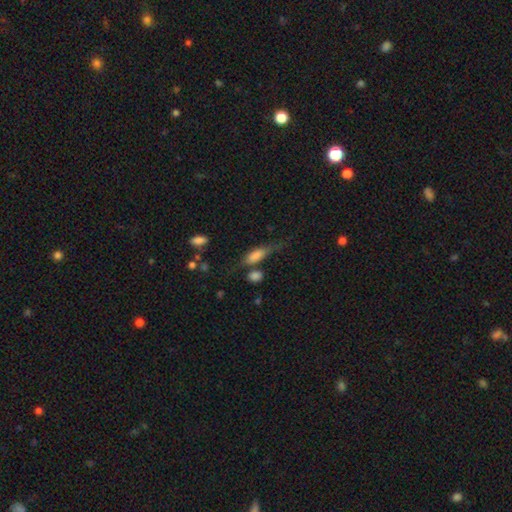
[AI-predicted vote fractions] A smooth galaxy with no disk features (70%) that is in between round and cigar-shaped (53%).

Vote fractions:
- Smooth or featured? smooth: 70% / featured or disk: 22% / star or artifact: 9%
- How rounded? in between: 53% / cigar-shaped: 43% / round: 4%
- Merging? none: 46% / minor disturbance: 25% / major disturbance: 15% / merger: 13%